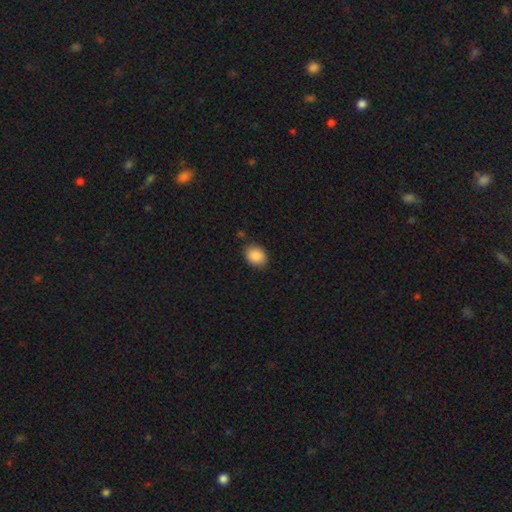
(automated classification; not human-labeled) This is clearly a smooth galaxy (88%). How rounded: possibly in between (60%). Merging: clearly none (83%).